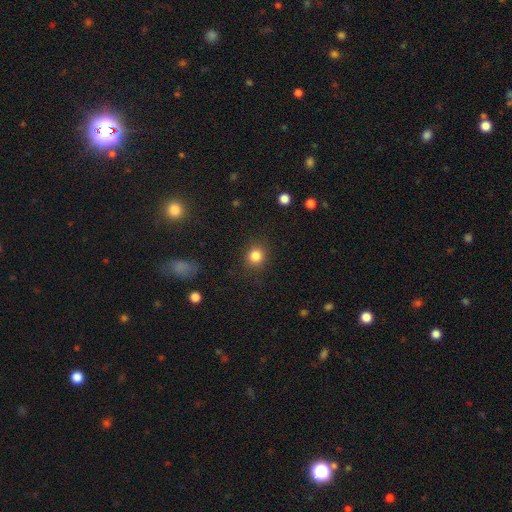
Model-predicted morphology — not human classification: smooth-or-featured: smooth: 84% | star or artifact: 11% | featured or disk: 5%
  how-rounded: round: 87% | in between: 12% | cigar-shaped: 1%
  merging: none: 88% | minor disturbance: 8% | major disturbance: 3% | merger: 1%